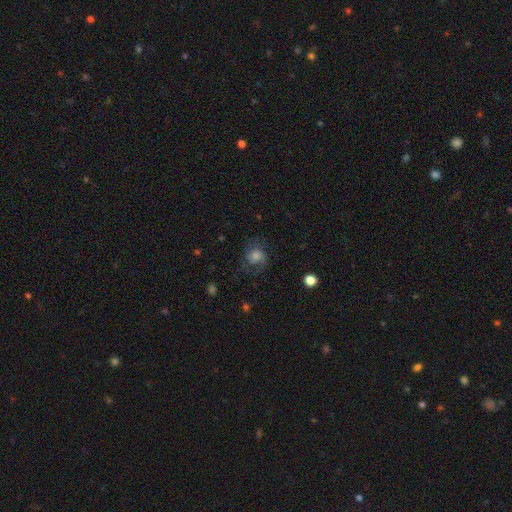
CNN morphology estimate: This is possibly a featured or disk galaxy (46%). Merging: likely none (63%).